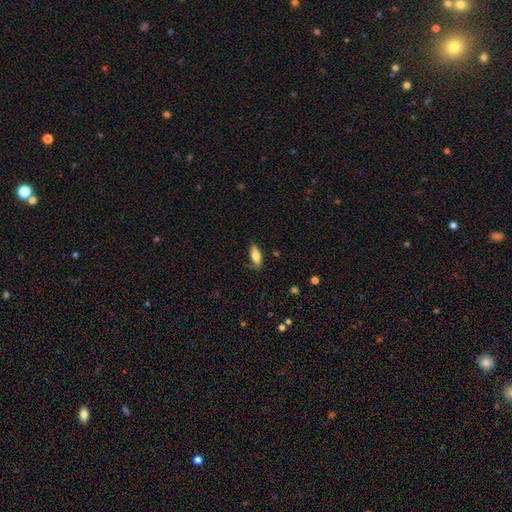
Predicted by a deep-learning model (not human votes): smooth-or-featured: smooth: 77% | featured or disk: 17% | star or artifact: 7%
  how-rounded: in between: 75% | cigar-shaped: 23% | round: 2%
  merging: none: 77% | minor disturbance: 18% | major disturbance: 3% | merger: 2%